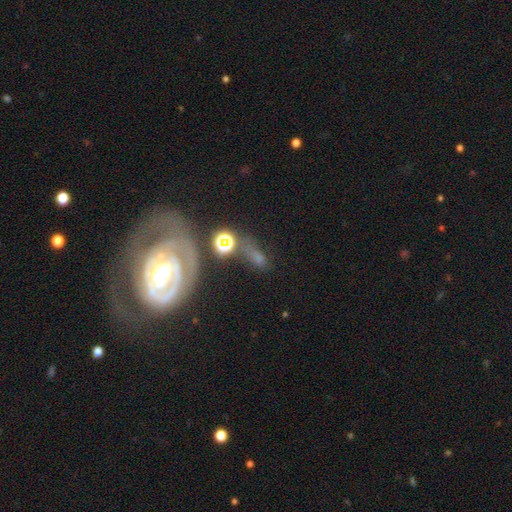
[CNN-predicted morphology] Overall: featured or disk (40%; smooth 32%). Merging: none (50%; minor disturbance 20%).